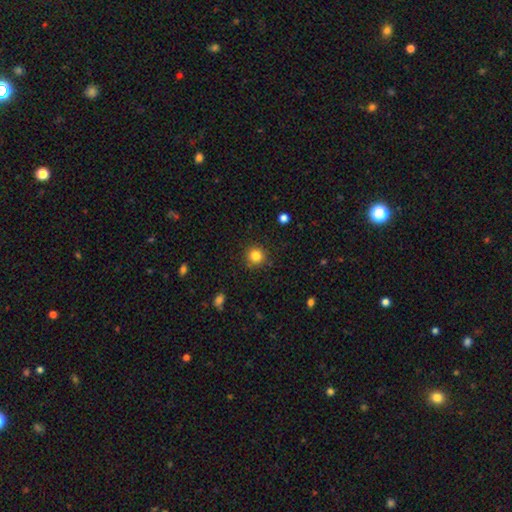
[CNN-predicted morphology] The model was most divided on "smooth or featured": smooth: 83%, star or artifact: 12%, featured or disk: 5%. More confident: how rounded — round (92%); merging — none (87%).